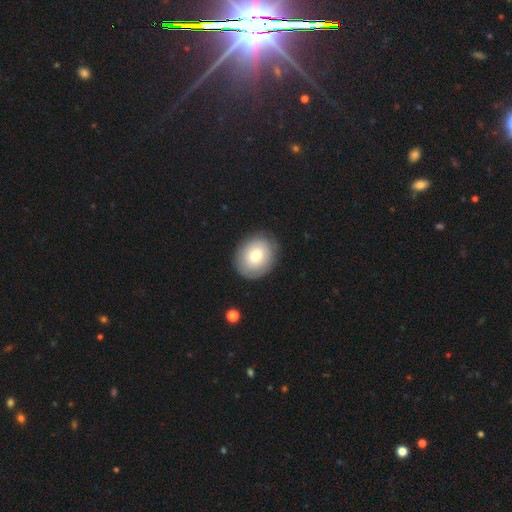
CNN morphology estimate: type=smooth (74%); roundness=round (53%); merging=none (85%).